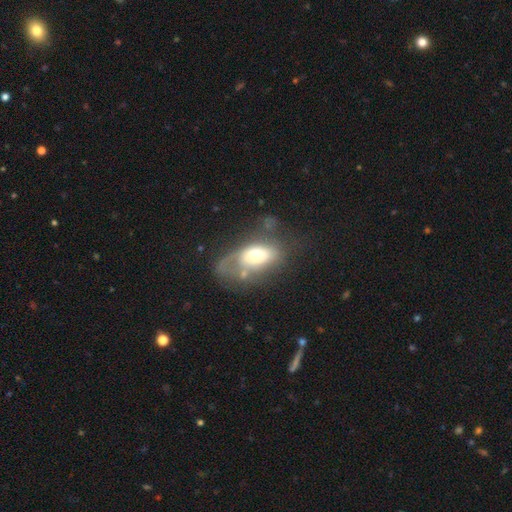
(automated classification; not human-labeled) A smooth galaxy with no disk features (51%) that is in between round and cigar-shaped (86%). Merging: major disturbance (39%).